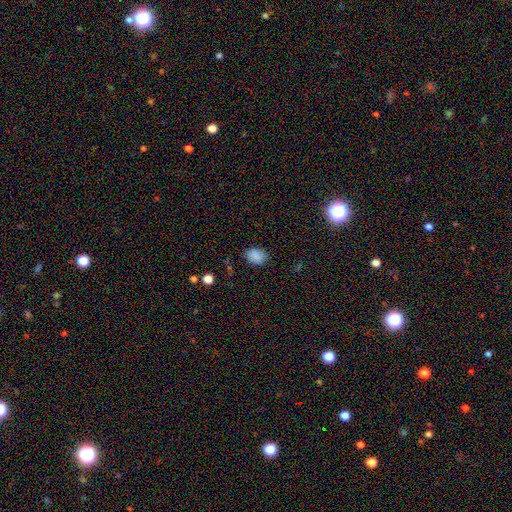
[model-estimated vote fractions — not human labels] Q: Smooth or featured?
A: smooth (85%); runner-up: star or artifact (11%)
Q: How rounded?
A: in between (63%); runner-up: round (36%)
Q: Merging?
A: none (80%); runner-up: minor disturbance (15%)